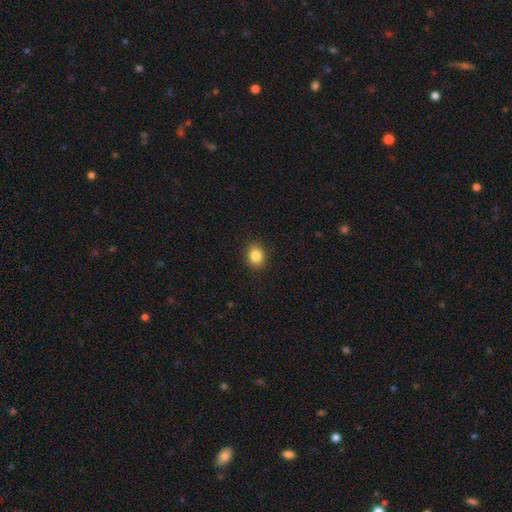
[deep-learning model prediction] Smooth or featured? Predicted: smooth (p=0.85). How rounded? Predicted: round (p=0.59). Merging? Predicted: none (p=0.90).